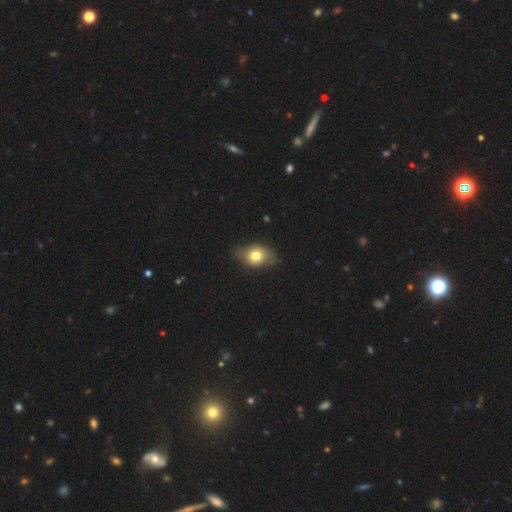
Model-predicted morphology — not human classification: Q: Smooth or featured?
A: smooth (71%); runner-up: featured or disk (20%)
Q: How rounded?
A: in between (73%); runner-up: round (24%)
Q: Merging?
A: none (68%); runner-up: minor disturbance (26%)